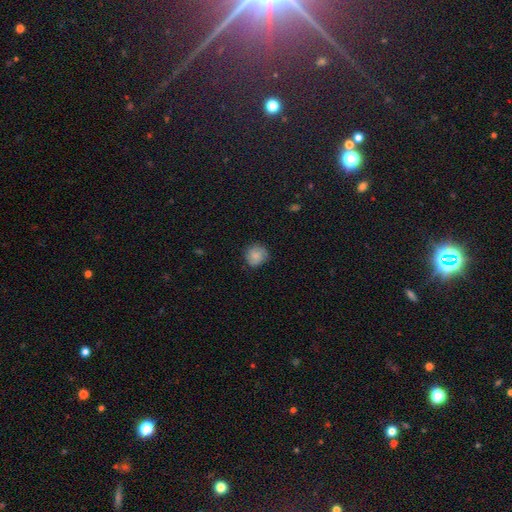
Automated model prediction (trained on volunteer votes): Smooth or featured? smooth (77%)
How rounded? round (88%)
Merging? none (79%)